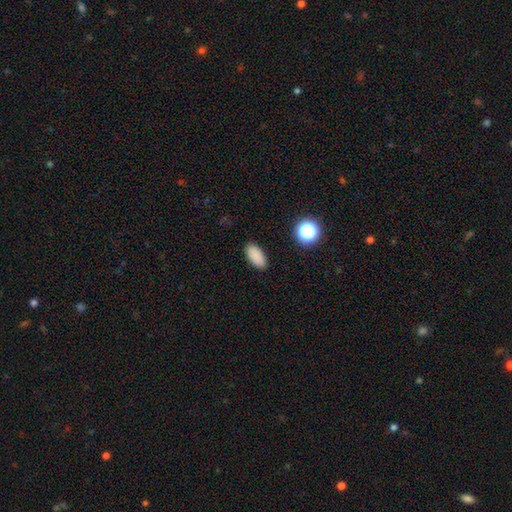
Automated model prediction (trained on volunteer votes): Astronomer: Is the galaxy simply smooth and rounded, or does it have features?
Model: smooth — 87%.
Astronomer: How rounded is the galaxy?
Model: in between — 91%.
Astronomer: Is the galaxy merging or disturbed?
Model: none — 89%.